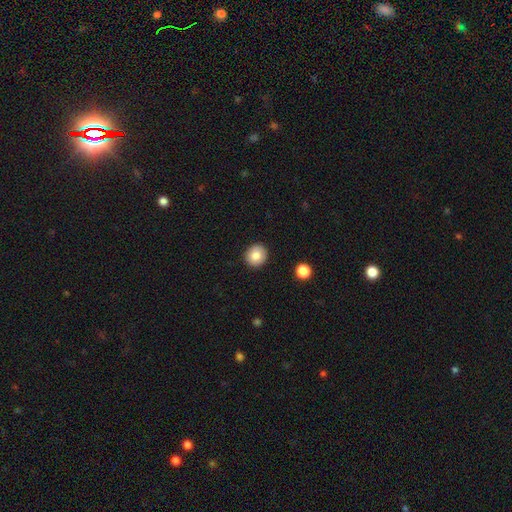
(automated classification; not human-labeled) smooth_or_featured: smooth (p=0.83) [alt: featured or disk p=0.09]
how_rounded: round (p=0.89) [alt: in between p=0.10]
merging: none (p=0.92) [alt: minor disturbance p=0.06]